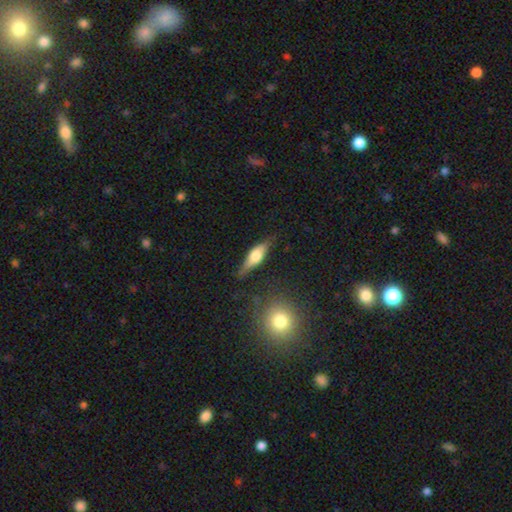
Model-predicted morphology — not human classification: Q: Smooth or featured?
A: smooth (52%); runner-up: featured or disk (41%)
Q: How rounded?
A: in between (52%); runner-up: cigar-shaped (45%)
Q: Merging?
A: none (70%); runner-up: minor disturbance (22%)